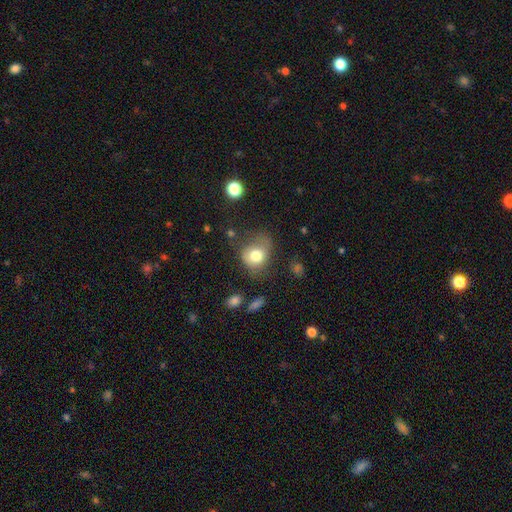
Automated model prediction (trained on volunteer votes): Q: Smooth or featured?
A: smooth (74%); runner-up: featured or disk (16%)
Q: How rounded?
A: round (55%); runner-up: in between (44%)
Q: Merging?
A: none (41%); runner-up: minor disturbance (31%)